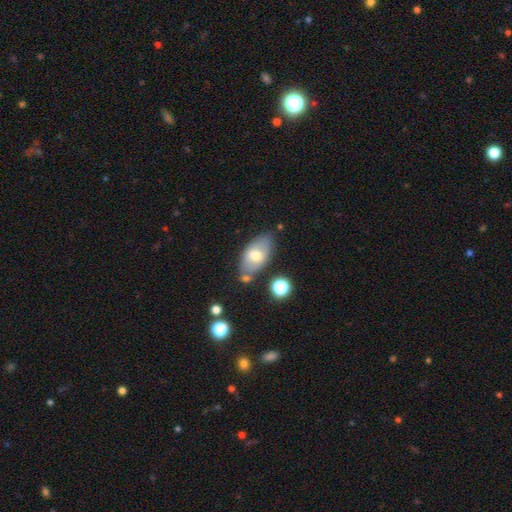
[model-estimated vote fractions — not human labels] smooth-or-featured: smooth: 64% | featured or disk: 29% | star or artifact: 8%
  how-rounded: in between: 92% | round: 5% | cigar-shaped: 3%
  merging: none: 68% | minor disturbance: 18% | merger: 9% | major disturbance: 5%